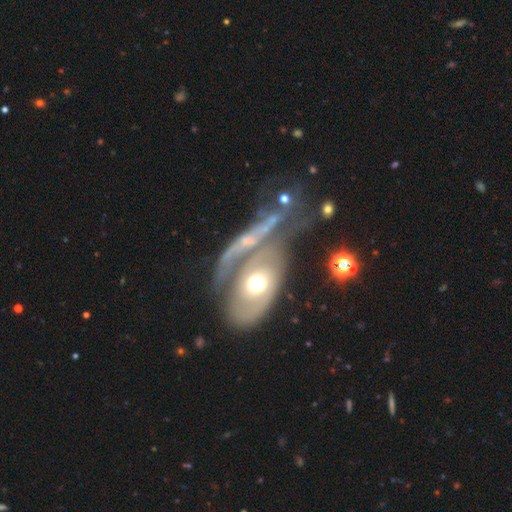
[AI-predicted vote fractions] Smooth or featured?
  - featured or disk: 70% *
  - smooth: 20%
  - star or artifact: 11%
Edge-on disk?
  - no: 86% *
  - yes: 14%
Bar?
  - no: 70% *
  - weak: 19%
  - strong: 11%
Spiral arms?
  - no: 50% * (tied)
  - yes: 50% * (tied)
Bulge size?
  - moderate: 63% *
  - small: 21%
  - large: 10%
  - none: 3%
  - dominant: 3%
Merging?
  - none: 34% *
  - merger: 25%
  - major disturbance: 24%
  - minor disturbance: 17%